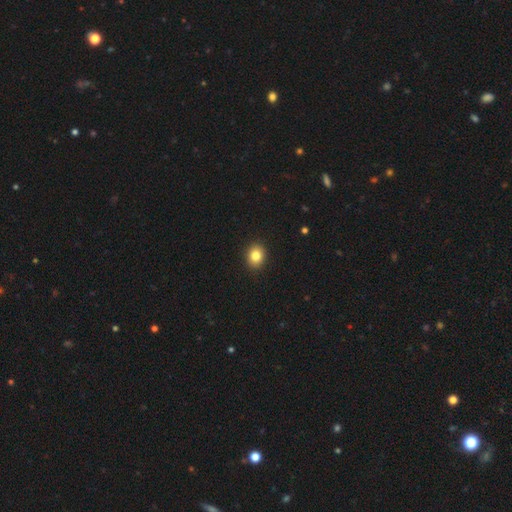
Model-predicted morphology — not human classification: The model was most divided on "how rounded": round: 59%, in between: 40%, cigar-shaped: 1%. More confident: merging — none (92%); smooth or featured — smooth (83%).